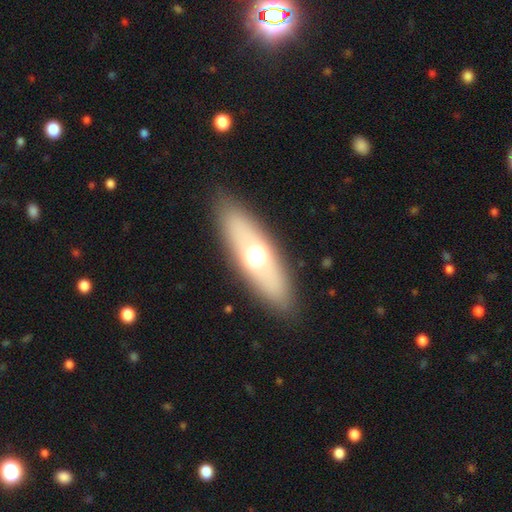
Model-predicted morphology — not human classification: This appears to be a smooth galaxy with no disk features (54%) that is in between round and cigar-shaped (53%). Merging: none (87%).